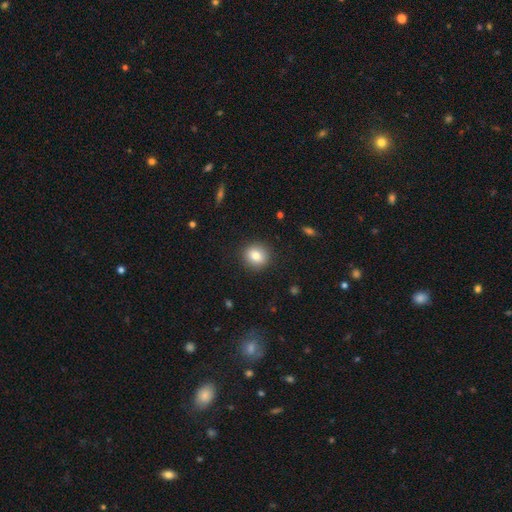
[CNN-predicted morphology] This is clearly a smooth galaxy (82%). How rounded: clearly round (84%). Merging: clearly none (90%).